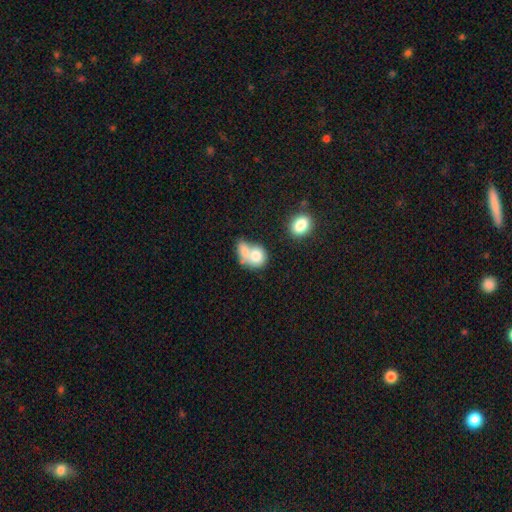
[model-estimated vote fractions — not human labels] Overall: smooth (75%). How rounded: round (52%; in between 46%). Merging: merger (58%; none 21%).